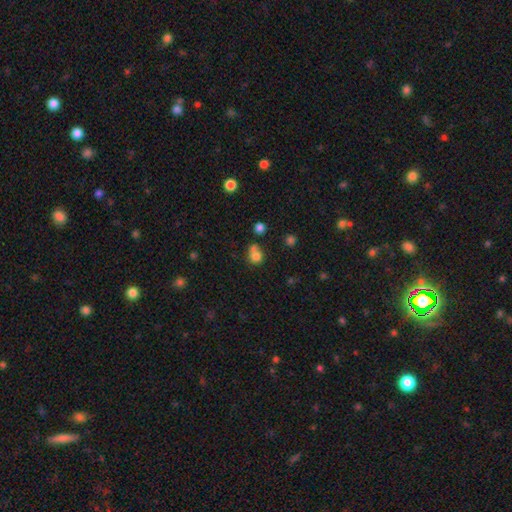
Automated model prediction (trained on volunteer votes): smooth_or_featured: smooth (p=0.78) [alt: star or artifact p=0.13]
how_rounded: round (p=0.78) [alt: in between p=0.21]
merging: none (p=0.42) [alt: merger p=0.41]